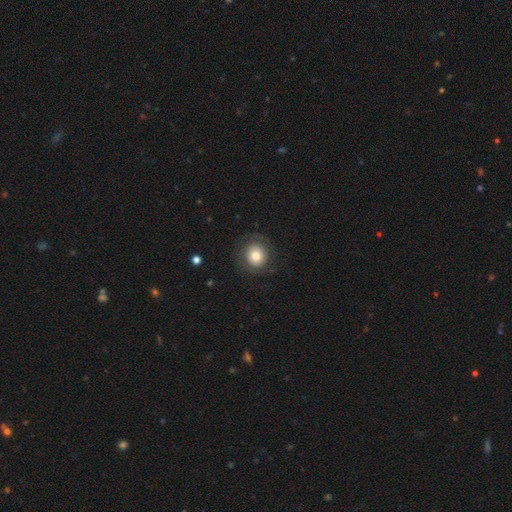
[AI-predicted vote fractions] Q: Smooth or featured?
A: smooth (70%); runner-up: featured or disk (21%)
Q: How rounded?
A: round (85%); runner-up: in between (14%)
Q: Merging?
A: none (80%); runner-up: minor disturbance (12%)